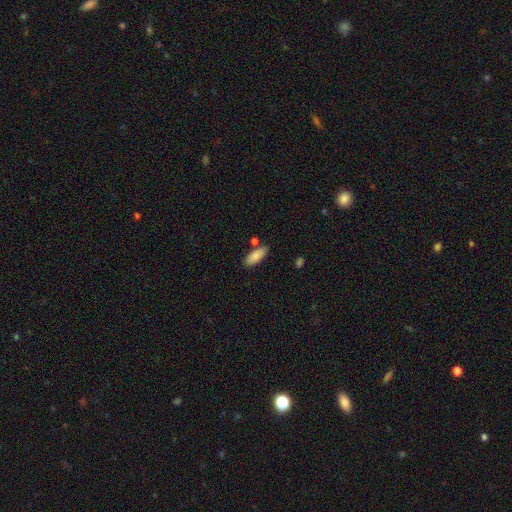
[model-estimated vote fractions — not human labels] Smooth or featured?
  - smooth: 85% *
  - featured or disk: 9%
  - star or artifact: 6%
How rounded?
  - in between: 79% *
  - cigar-shaped: 19%
  - round: 2%
Merging?
  - none: 77% *
  - minor disturbance: 13%
  - merger: 8%
  - major disturbance: 3%